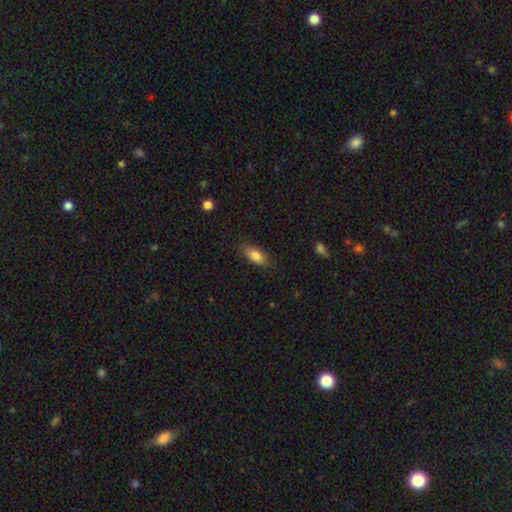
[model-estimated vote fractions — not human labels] Smooth or featured: smooth — 82% (featured or disk — 11%)
How rounded: in between — 82% (cigar-shaped — 15%)
Merging: none — 83% (minor disturbance — 13%)